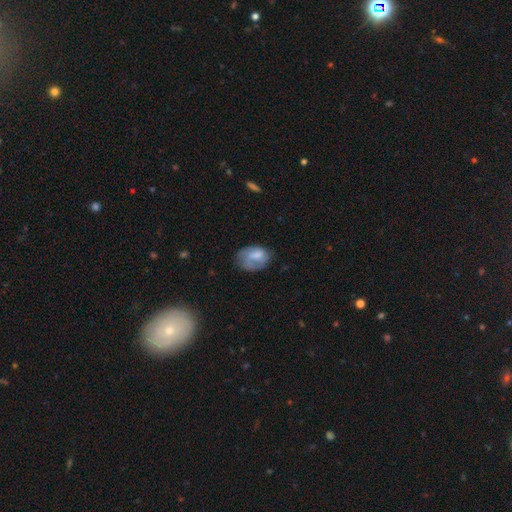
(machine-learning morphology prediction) smooth 62%, featured or disk 31%, star or artifact 7%. Down the decision tree: how rounded — in between (79%); merging — none (46%).